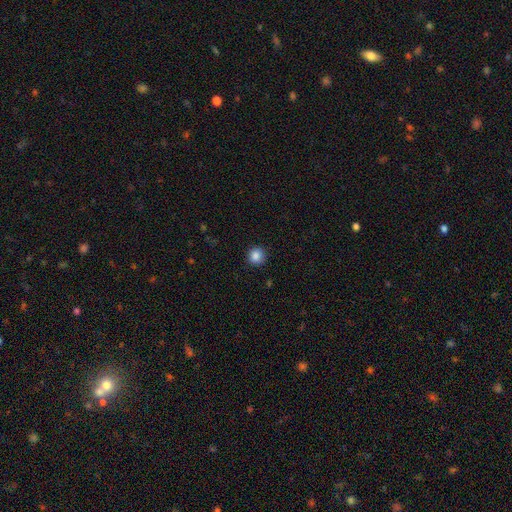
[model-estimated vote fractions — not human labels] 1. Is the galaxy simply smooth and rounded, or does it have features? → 86% smooth, 10% star or artifact, 4% featured or disk.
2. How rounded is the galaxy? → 94% round, 5% in between, 1% cigar-shaped.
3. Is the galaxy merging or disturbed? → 92% none, 6% minor disturbance, 2% major disturbance, 1% merger.